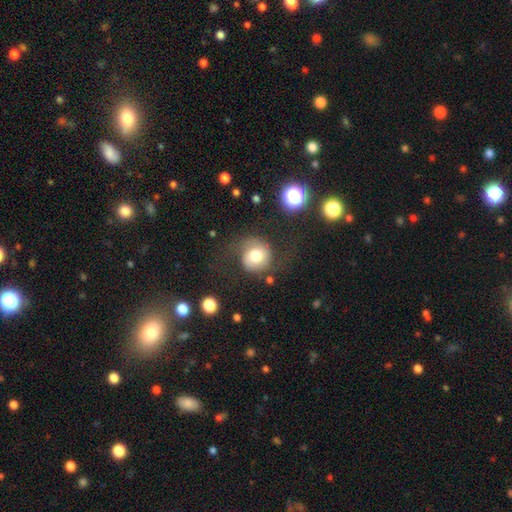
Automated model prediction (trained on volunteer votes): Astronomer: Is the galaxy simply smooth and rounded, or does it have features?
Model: smooth — 64%.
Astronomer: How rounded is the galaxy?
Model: round — 86%.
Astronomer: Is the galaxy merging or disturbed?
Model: none — 58%.